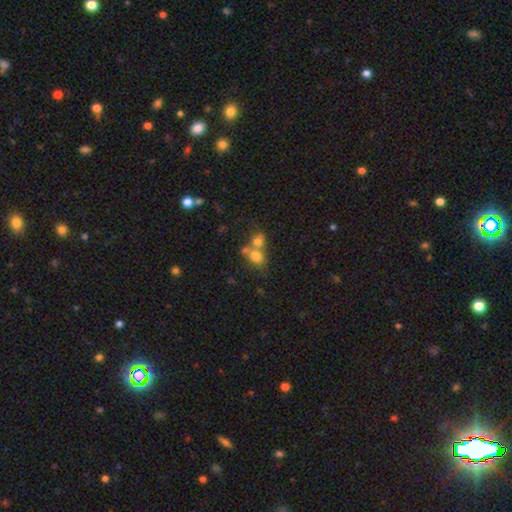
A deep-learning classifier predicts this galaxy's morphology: A smooth galaxy with no disk features (72%) that is round (55%). Merging: merger (56%).